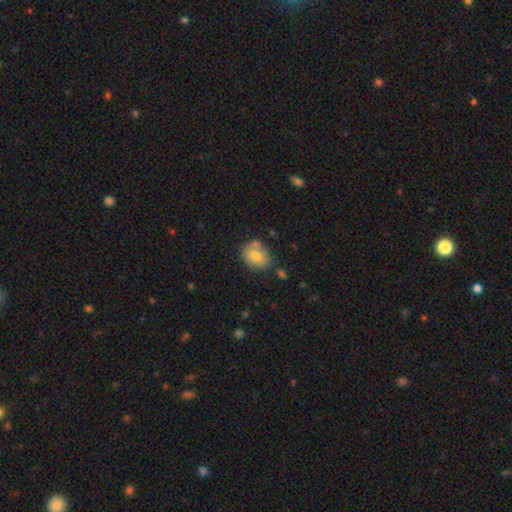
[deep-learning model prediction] Smooth or featured?
  - smooth: 76% *
  - featured or disk: 15%
  - star or artifact: 8%
How rounded?
  - in between: 57% *
  - round: 42%
  - cigar-shaped: 1%
Merging?
  - none: 70% *
  - minor disturbance: 17%
  - merger: 9%
  - major disturbance: 4%